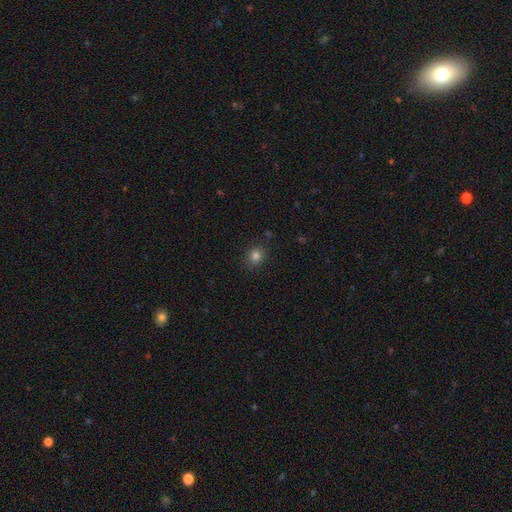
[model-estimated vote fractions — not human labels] The model was most divided on "how rounded": round: 69%, in between: 30%, cigar-shaped: 1%. More confident: merging — none (85%); smooth or featured — smooth (80%).